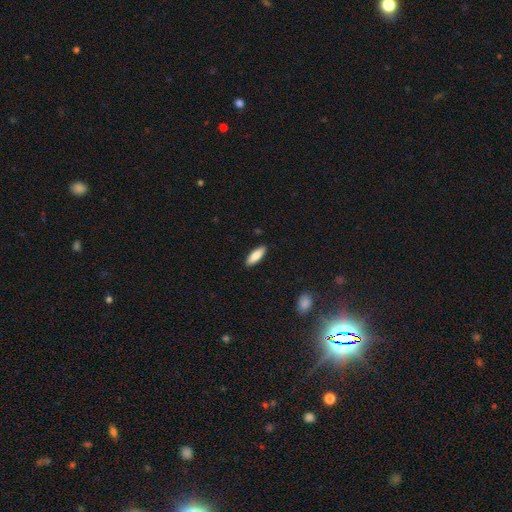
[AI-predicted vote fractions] Smooth or featured?
  - smooth: 81% *
  - featured or disk: 13%
  - star or artifact: 6%
How rounded?
  - in between: 57% *
  - cigar-shaped: 41%
  - round: 2%
Merging?
  - none: 89% *
  - minor disturbance: 8%
  - major disturbance: 2%
  - merger: 1%